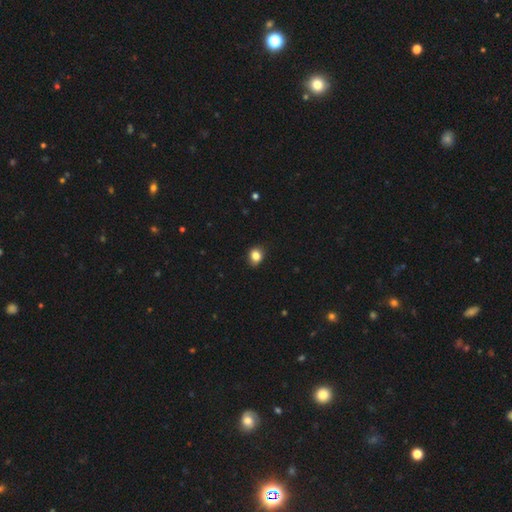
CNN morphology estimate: This is clearly a smooth galaxy (84%). How rounded: possibly round (53%). Merging: clearly none (83%).